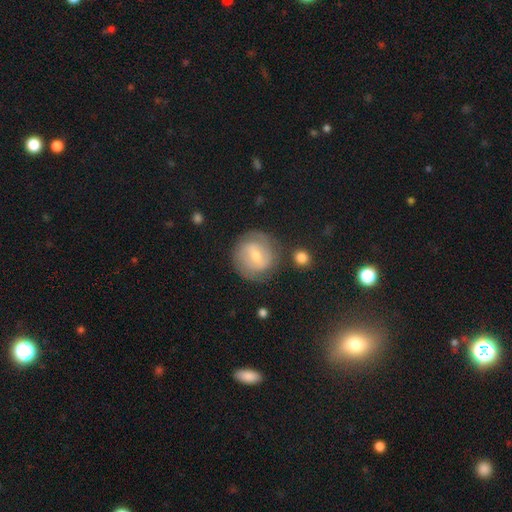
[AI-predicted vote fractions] Overall: featured or disk (59%; smooth 34%). Edge-on disk: no (96%). Bar: weak (55%; strong 23%). Spiral arms: yes (74%). Bulge size: moderate (53%; small 42%). Merging: none (77%).